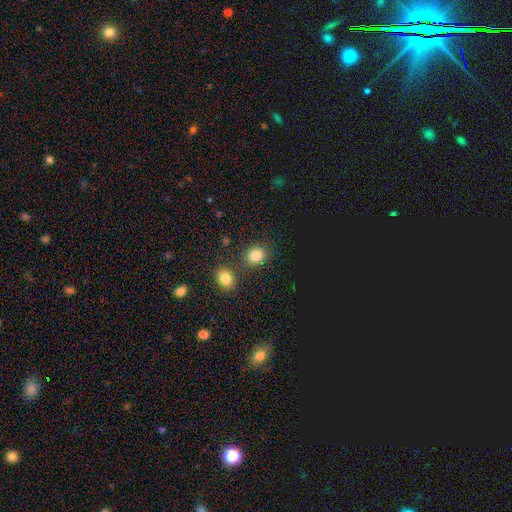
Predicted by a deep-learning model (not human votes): The model was most divided on "how rounded": round: 64%, in between: 35%, cigar-shaped: 1%. More confident: smooth or featured — smooth (80%); merging — none (76%).